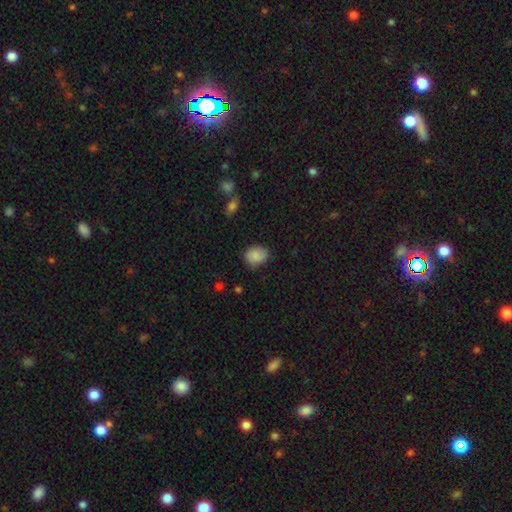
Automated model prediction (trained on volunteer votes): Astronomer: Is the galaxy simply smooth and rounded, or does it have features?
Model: smooth — 86%.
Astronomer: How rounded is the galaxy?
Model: in between — 52% (runner-up: round, 47%).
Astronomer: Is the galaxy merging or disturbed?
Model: none — 73%.